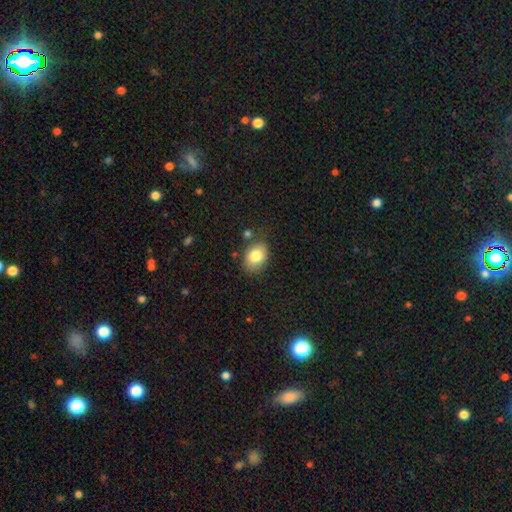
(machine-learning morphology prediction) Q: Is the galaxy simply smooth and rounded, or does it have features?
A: smooth — 83%.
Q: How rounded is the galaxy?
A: in between — 74%.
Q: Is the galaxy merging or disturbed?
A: none — 75%.